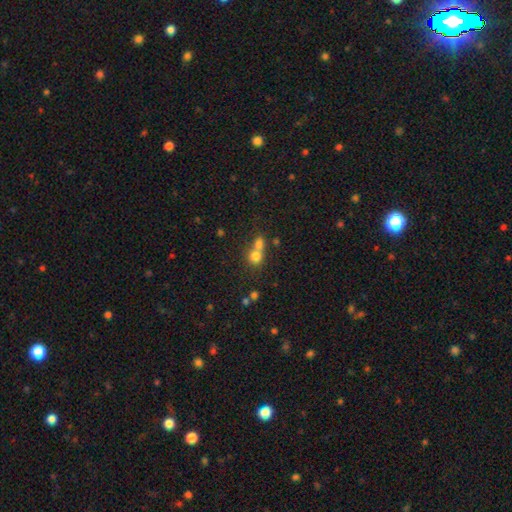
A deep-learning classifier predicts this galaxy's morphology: A smooth galaxy with no disk features (75%) that is round (80%). Merging: merger (60%).